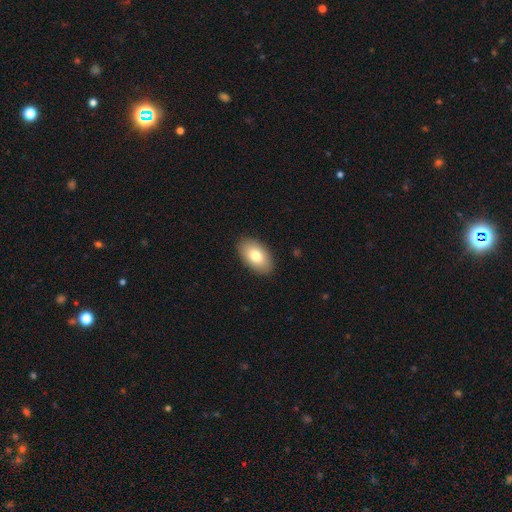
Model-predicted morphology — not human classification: Smooth or featured? smooth (79%)
How rounded? in between (94%)
Merging? none (89%)